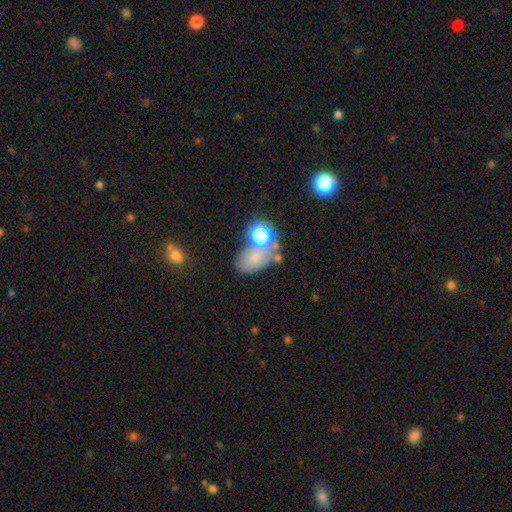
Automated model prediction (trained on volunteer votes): Smooth or featured? Predicted: smooth (p=0.62). How rounded? Predicted: in between (p=0.74). Merging? Predicted: none (p=0.39).